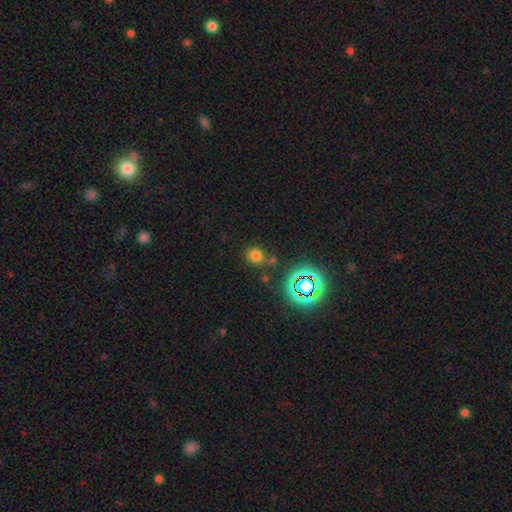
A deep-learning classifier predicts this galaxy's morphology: This appears to be a smooth galaxy with no disk features (69%) that is round (77%). Merging: none (76%).